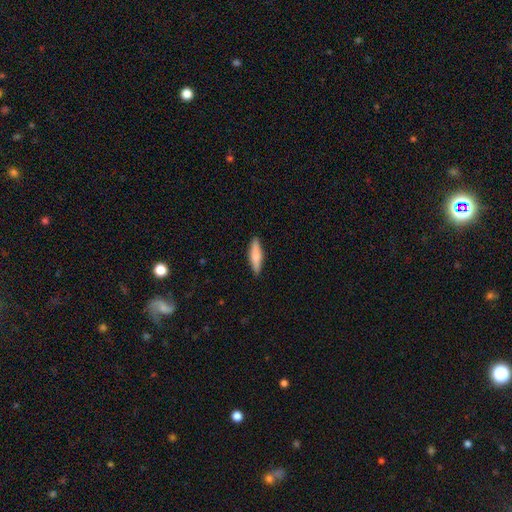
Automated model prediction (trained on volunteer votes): Morphology: type=smooth (72%); roundness=cigar-shaped (73%); merging=none (89%).